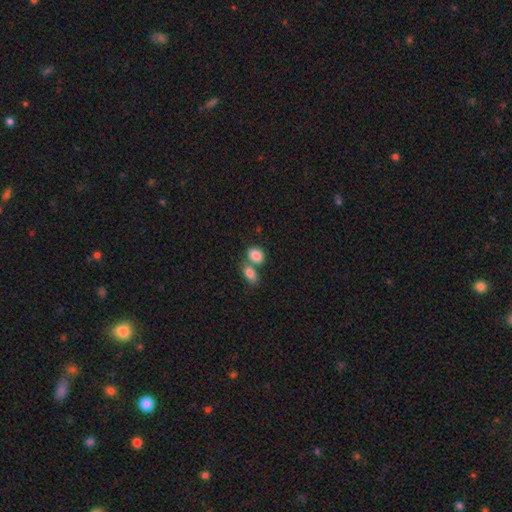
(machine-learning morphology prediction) smooth_or_featured: smooth (p=0.86) [alt: star or artifact p=0.08]
how_rounded: in between (p=0.69) [alt: round p=0.29]
merging: merger (p=0.47) [alt: none p=0.39]